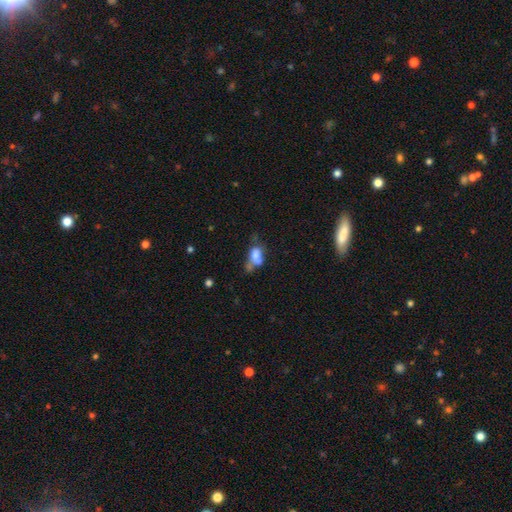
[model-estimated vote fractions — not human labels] smooth 65%, featured or disk 23%, star or artifact 12%. Down the decision tree: how rounded — in between (77%); merging — merger (33%).